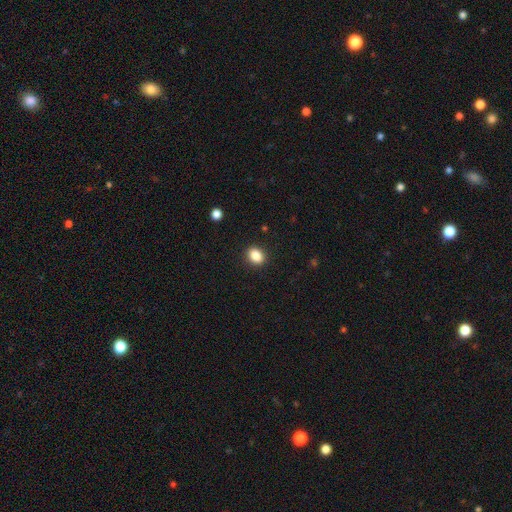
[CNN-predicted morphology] smooth_or_featured: smooth (p=0.86) [alt: star or artifact p=0.10]
how_rounded: in between (p=0.56) [alt: round p=0.43]
merging: none (p=0.90) [alt: minor disturbance p=0.07]